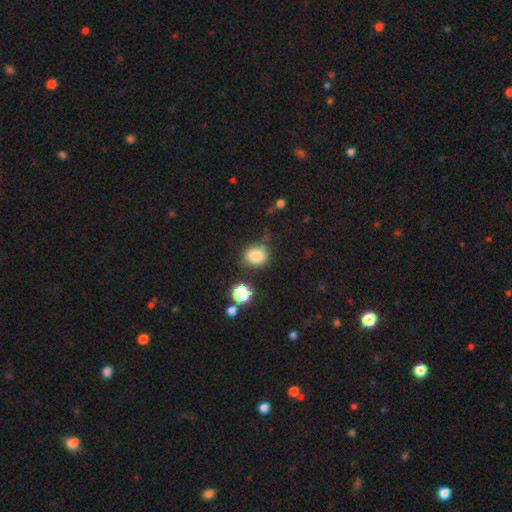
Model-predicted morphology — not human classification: The model was most divided on "how rounded": round: 67%, in between: 32%, cigar-shaped: 1%. More confident: smooth or featured — smooth (81%); merging — none (72%).